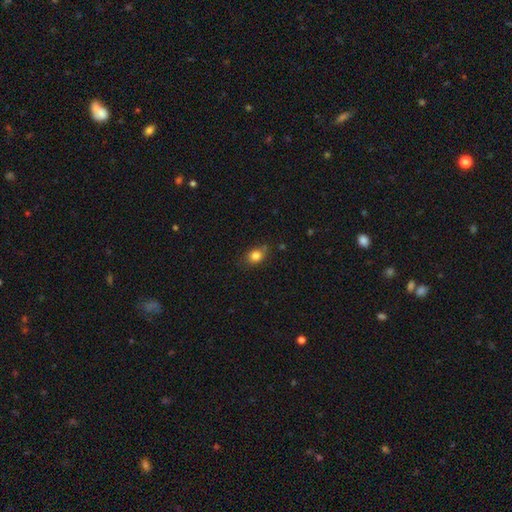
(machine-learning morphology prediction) smooth 83%, star or artifact 11%, featured or disk 6%. Down the decision tree: how rounded — round (54%); merging — none (75%).